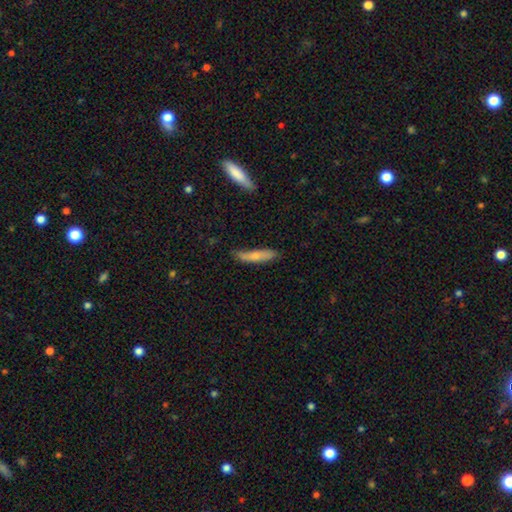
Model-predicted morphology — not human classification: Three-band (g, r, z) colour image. It shows a smooth galaxy with no disk features (66%) that is cigar-shaped (84%). Merging: none (71%).